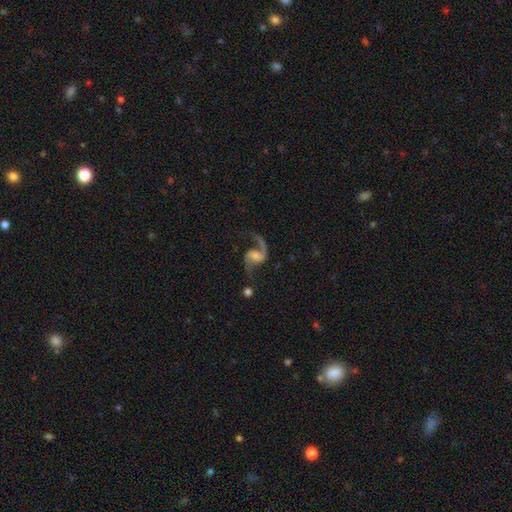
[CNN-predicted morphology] This appears to be a featured or disk galaxy (89%) with no bar (43%), 2 (90%) loose (71%) spiral arms (97%) and a small central bulge (30%, tied with moderate). Merging: none (69%).